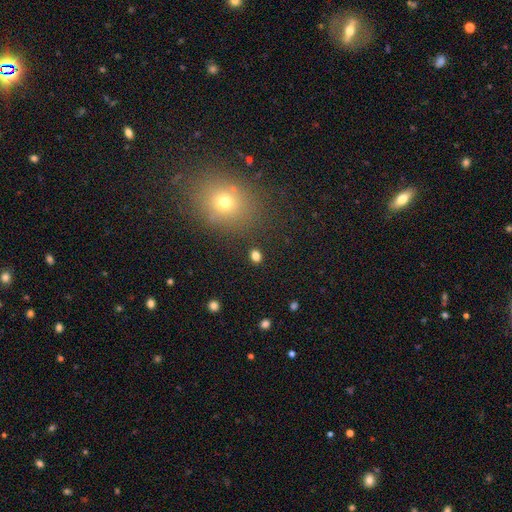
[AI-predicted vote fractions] This appears to be a smooth galaxy with no disk features (80%) that is round (53%). Merging: none (87%).